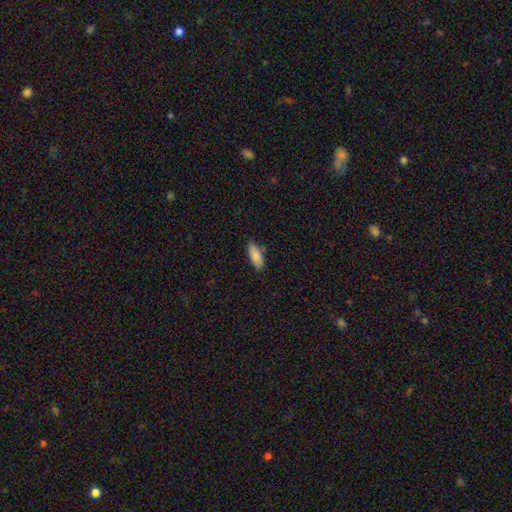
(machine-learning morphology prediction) smooth 86%, featured or disk 7%, star or artifact 7%. Down the decision tree: how rounded — in between (75%); merging — none (78%).